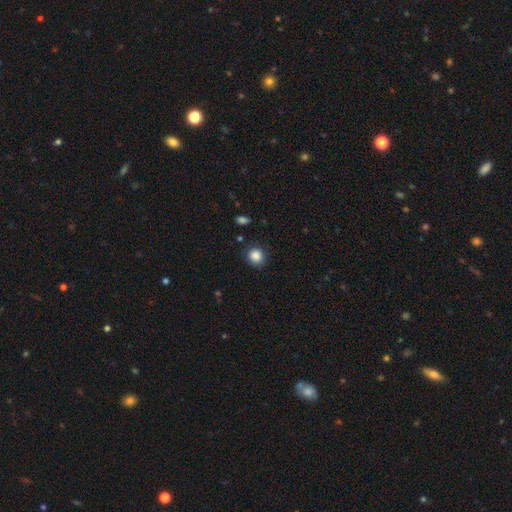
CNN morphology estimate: smooth 86%, star or artifact 10%, featured or disk 4%. Down the decision tree: how rounded — round (90%); merging — none (87%).